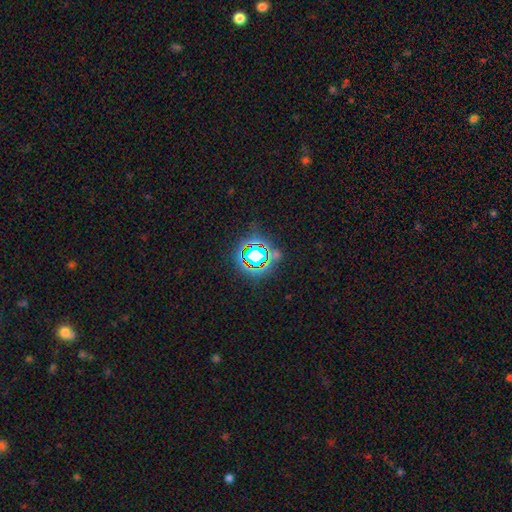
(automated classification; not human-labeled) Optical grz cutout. It shows a star or artifact, not a galaxy (65%).